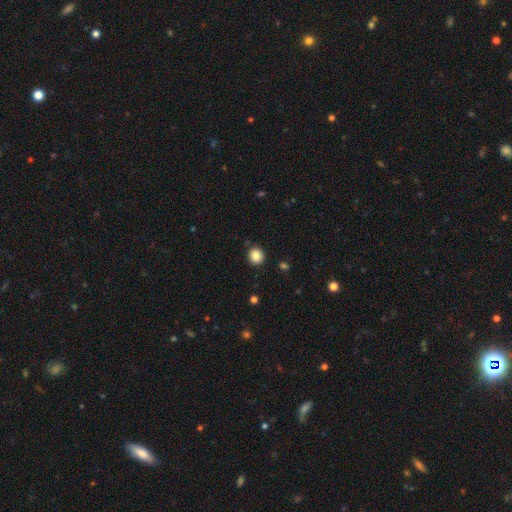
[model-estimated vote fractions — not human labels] A smooth galaxy with no disk features (85%) that is round (81%).

Vote fractions:
- Smooth or featured? smooth: 85% / star or artifact: 10% / featured or disk: 4%
- How rounded? round: 81% / in between: 18% / cigar-shaped: 1%
- Merging? none: 87% / minor disturbance: 8% / major disturbance: 2% / merger: 2%